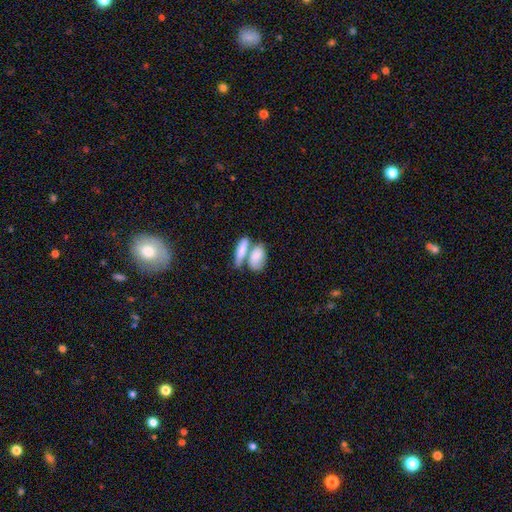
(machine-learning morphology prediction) Overall: smooth (77%). How rounded: in between (80%). Merging: merger (55%; none 31%).